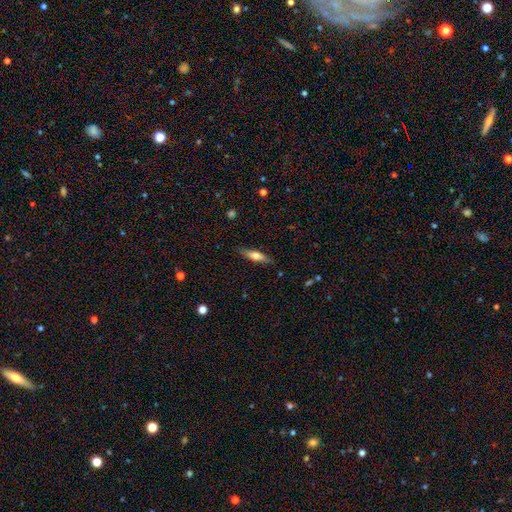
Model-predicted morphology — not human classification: This is possibly a smooth galaxy (56%). How rounded: likely cigar-shaped (69%). Merging: clearly none (85%).